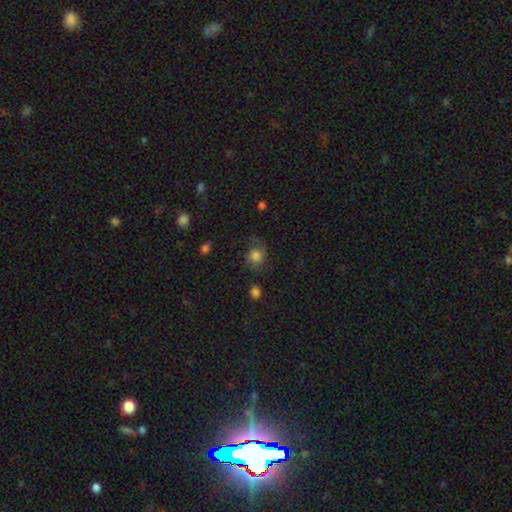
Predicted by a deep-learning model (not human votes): Morphology: type=smooth (65%); roundness=round (77%); merging=none (58%).